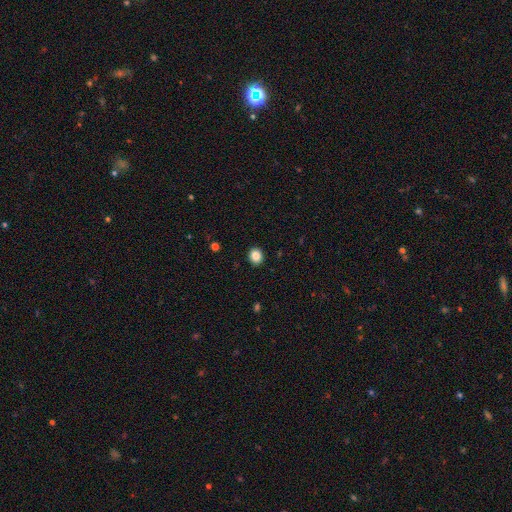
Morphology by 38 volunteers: smooth_or_featured: smooth (p=0.92) [alt: star or artifact p=0.05]
how_rounded: round (p=0.83) [alt: in between p=0.17]
merging: none (p=0.92) [alt: major disturbance p=0.06]